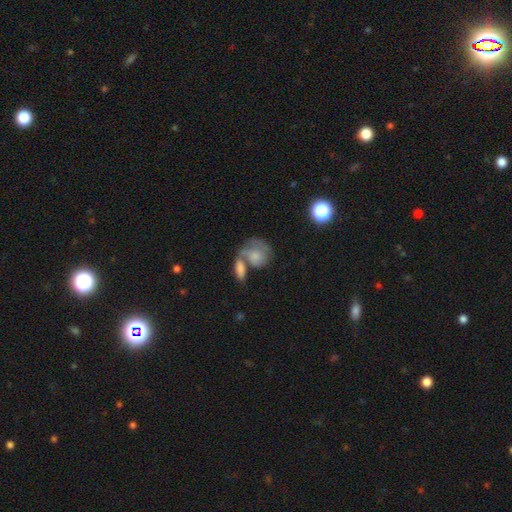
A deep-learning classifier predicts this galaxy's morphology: Smooth or featured? smooth (61%)
How rounded? round (51%)
Merging? merger (44%)